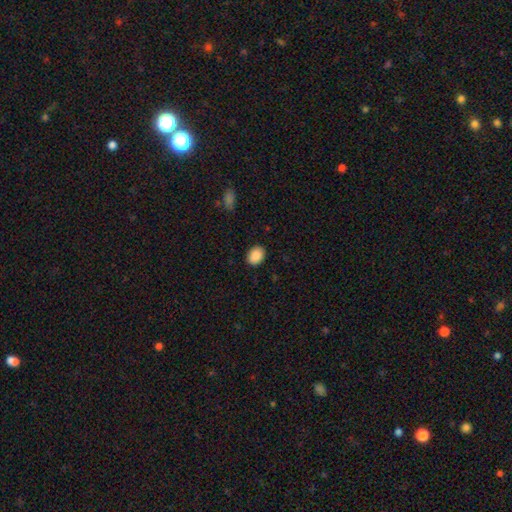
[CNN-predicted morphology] Smooth or featured? Predicted: smooth (p=0.89). How rounded? Predicted: in between (p=0.64). Merging? Predicted: none (p=0.88).